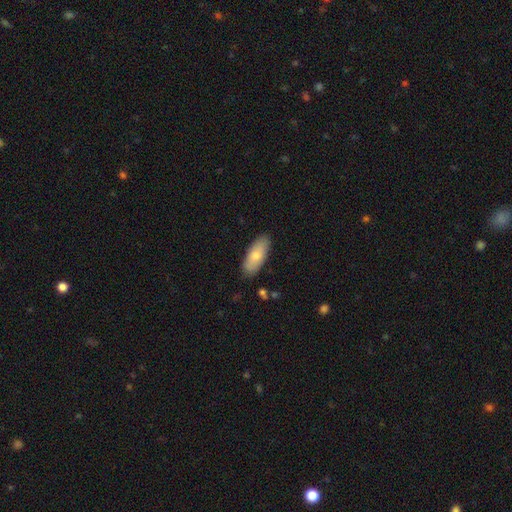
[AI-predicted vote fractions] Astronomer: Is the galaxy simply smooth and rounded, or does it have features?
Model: smooth — 78%.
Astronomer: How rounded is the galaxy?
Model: in between — 83%.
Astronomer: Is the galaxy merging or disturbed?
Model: none — 85%.